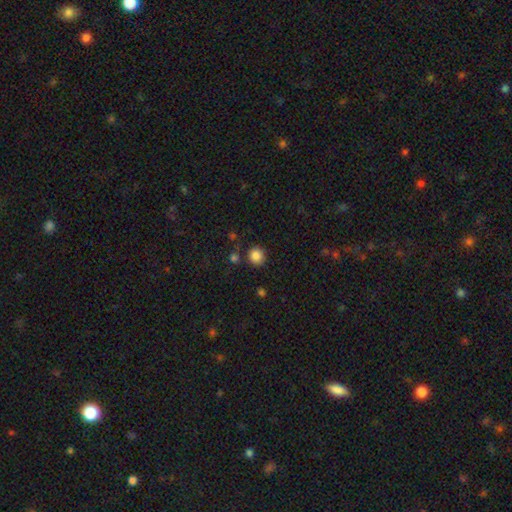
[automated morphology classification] smooth-or-featured: smooth: 85% | star or artifact: 11% | featured or disk: 4%
  how-rounded: round: 90% | in between: 9% | cigar-shaped: 1%
  merging: none: 85% | minor disturbance: 8% | merger: 4% | major disturbance: 3%